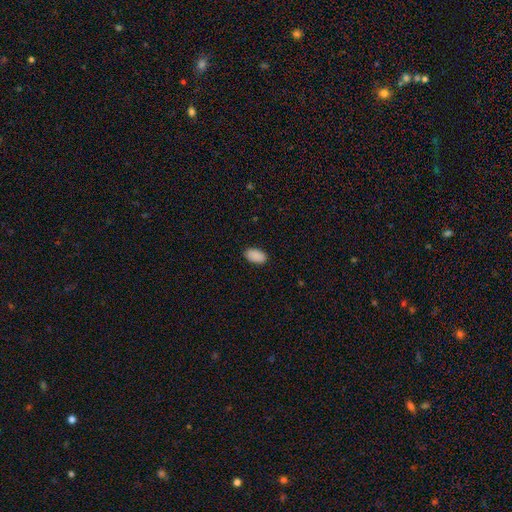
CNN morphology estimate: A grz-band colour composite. It shows a smooth galaxy with no disk features (90%) that is in between round and cigar-shaped (95%). Merging: none (89%).